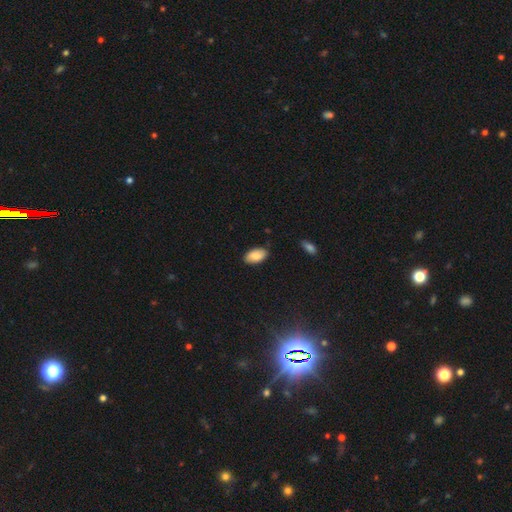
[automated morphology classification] type=smooth (83%); roundness=in between (95%); merging=none (84%).